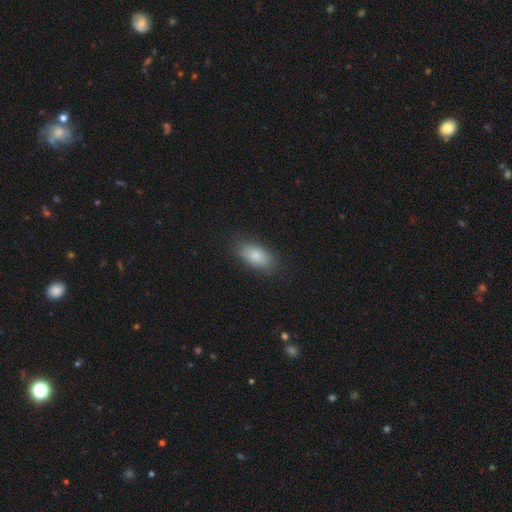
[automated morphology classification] smooth 81%, featured or disk 11%, star or artifact 8%. Down the decision tree: how rounded — in between (90%); merging — none (84%).